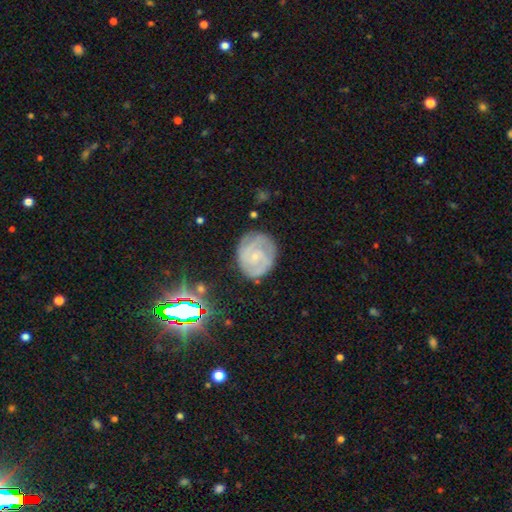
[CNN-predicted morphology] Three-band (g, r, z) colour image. It shows a featured or disk galaxy (77%) with no bar (64%), 2 (38%) tight (64%) spiral arms (94%) and a small central bulge (76%). Merging: none (75%).